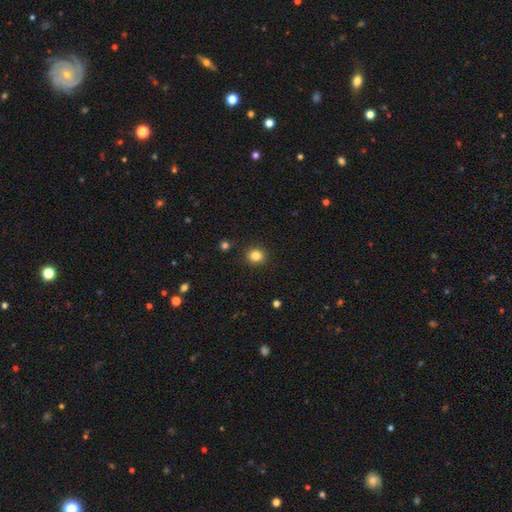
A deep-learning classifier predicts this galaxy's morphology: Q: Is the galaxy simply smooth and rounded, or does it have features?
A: smooth — 83%.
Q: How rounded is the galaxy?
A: round — 86%.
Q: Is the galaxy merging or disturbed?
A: none — 91%.